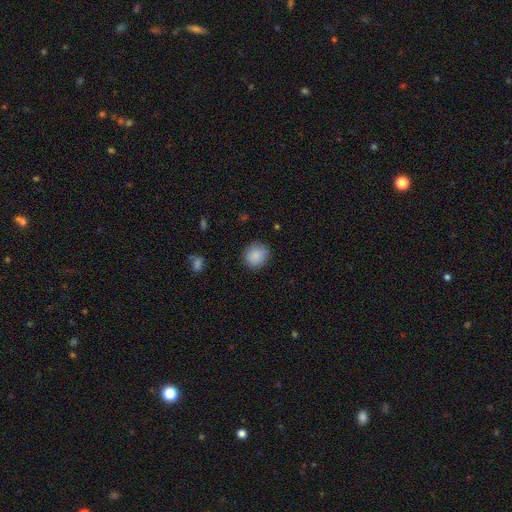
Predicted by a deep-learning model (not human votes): Overall: smooth (88%). How rounded: round (83%). Merging: none (85%).